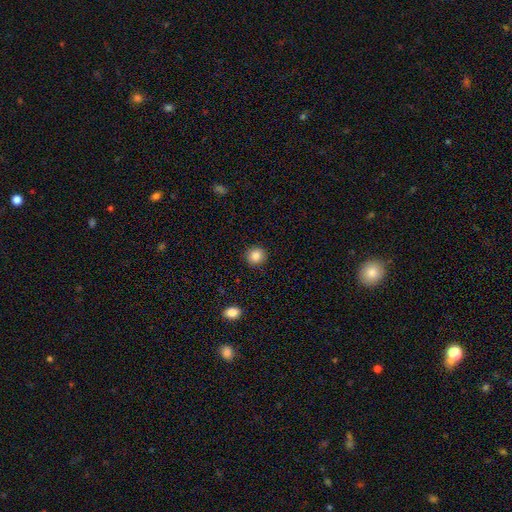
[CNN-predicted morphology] The model was most divided on "how rounded": round: 86%, in between: 13%, cigar-shaped: 1%. More confident: merging — none (91%); smooth or featured — smooth (87%).